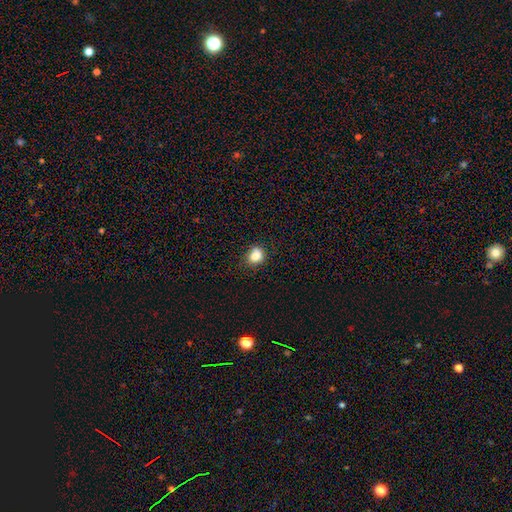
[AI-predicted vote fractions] The model was most divided on "how rounded": round: 63%, in between: 36%, cigar-shaped: 1%. More confident: smooth or featured — smooth (83%); merging — none (70%).